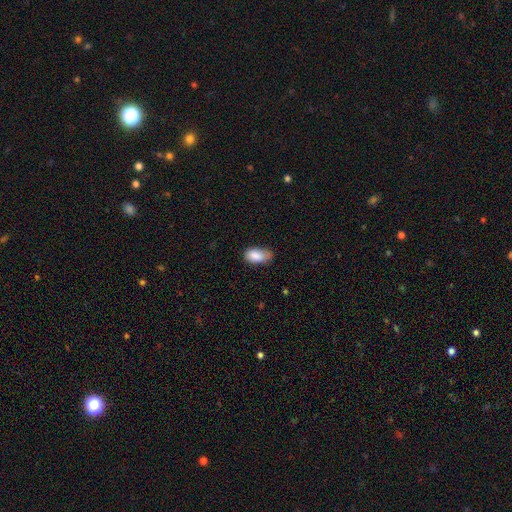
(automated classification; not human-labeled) Morphology: type=smooth (86%); roundness=in between (94%); merging=none (56%).